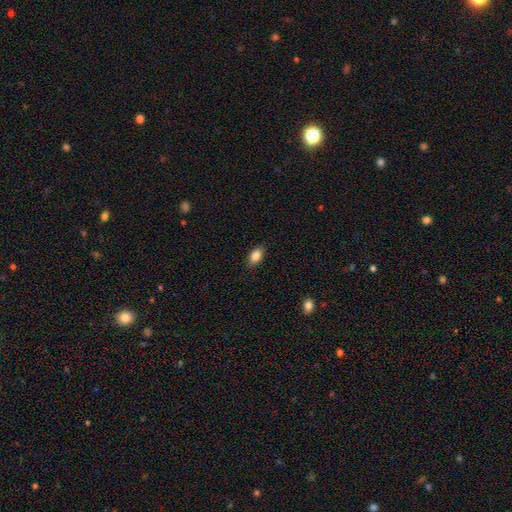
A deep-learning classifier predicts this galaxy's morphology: smooth_or_featured: smooth (p=0.85) [alt: star or artifact p=0.08]
how_rounded: in between (p=0.89) [alt: round p=0.07]
merging: none (p=0.87) [alt: minor disturbance p=0.10]